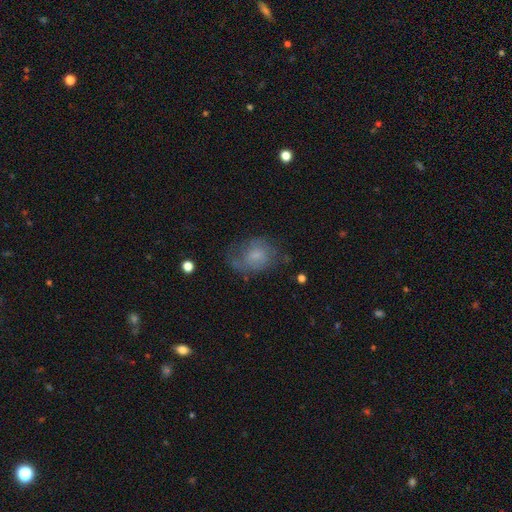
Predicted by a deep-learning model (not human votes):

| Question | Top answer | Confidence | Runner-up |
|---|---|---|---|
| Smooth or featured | smooth | 56% | featured or disk (33%) |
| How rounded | in between | 63% | round (36%) |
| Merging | none | 49% | minor disturbance (28%) |